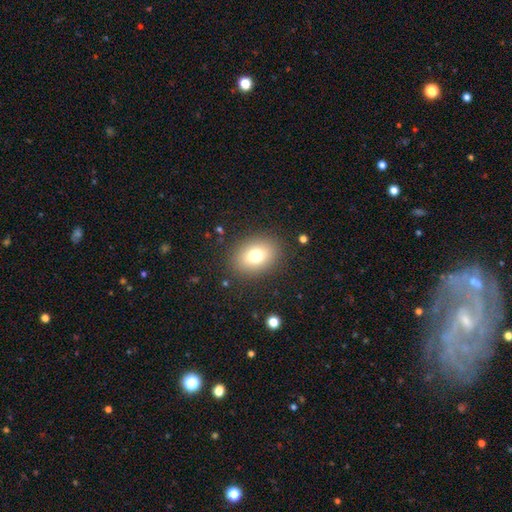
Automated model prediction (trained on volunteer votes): Smooth or featured: smooth — 77% (featured or disk — 12%)
How rounded: in between — 67% (round — 32%)
Merging: none — 87% (minor disturbance — 8%)